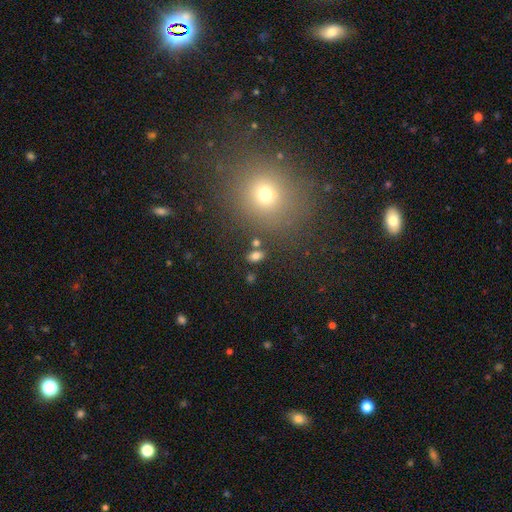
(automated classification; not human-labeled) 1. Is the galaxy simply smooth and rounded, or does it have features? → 78% smooth, 14% star or artifact, 8% featured or disk.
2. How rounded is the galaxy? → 84% in between, 14% round, 3% cigar-shaped.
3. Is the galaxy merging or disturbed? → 78% none, 10% minor disturbance, 8% merger, 4% major disturbance.